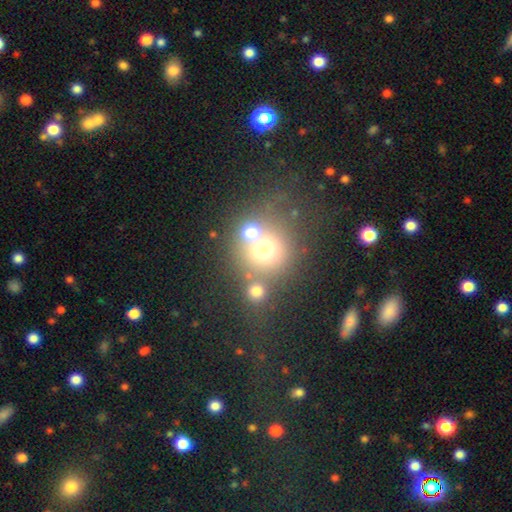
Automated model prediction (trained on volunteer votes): Smooth or featured: smooth — 57% (star or artifact — 26%)
How rounded: round — 79% (in between — 20%)
Merging: none — 43% (merger — 37%)